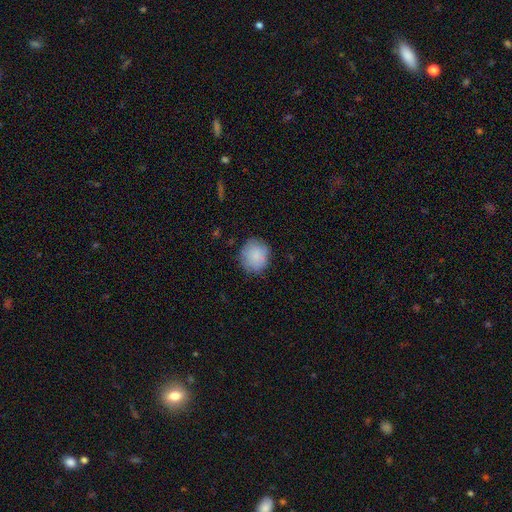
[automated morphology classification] Smooth or featured? smooth (83%)
How rounded? round (81%)
Merging? none (79%)